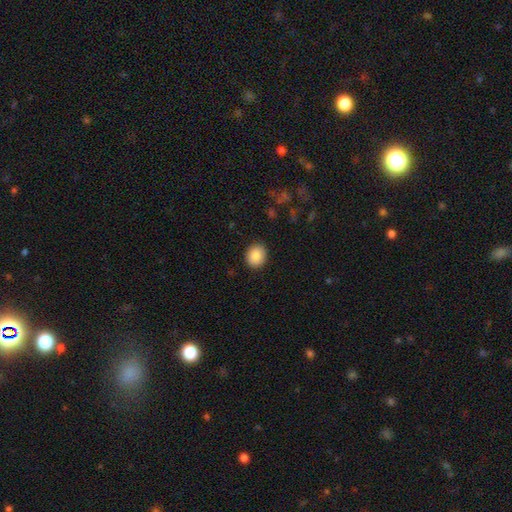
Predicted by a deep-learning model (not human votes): Smooth or featured: smooth — 88% (star or artifact — 8%)
How rounded: round — 66% (in between — 33%)
Merging: none — 90% (minor disturbance — 7%)